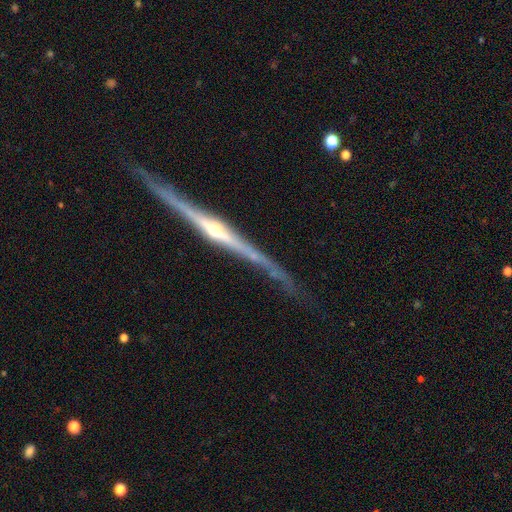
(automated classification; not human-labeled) Smooth or featured? Predicted: featured or disk (p=0.89). Edge-on disk? Predicted: yes (p=0.98). Edge-on bulge? Predicted: rounded (p=0.83). Merging? Predicted: none (p=0.81).